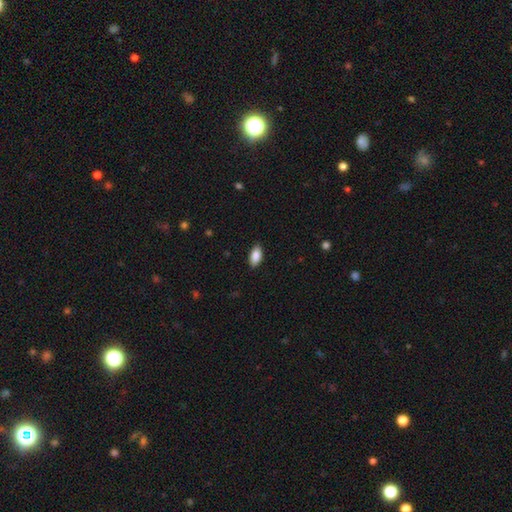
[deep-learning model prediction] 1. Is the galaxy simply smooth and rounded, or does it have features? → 88% smooth, 7% star or artifact, 5% featured or disk.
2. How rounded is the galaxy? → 92% in between, 6% cigar-shaped, 2% round.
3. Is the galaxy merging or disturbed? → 87% none, 10% minor disturbance, 2% major disturbance, 1% merger.